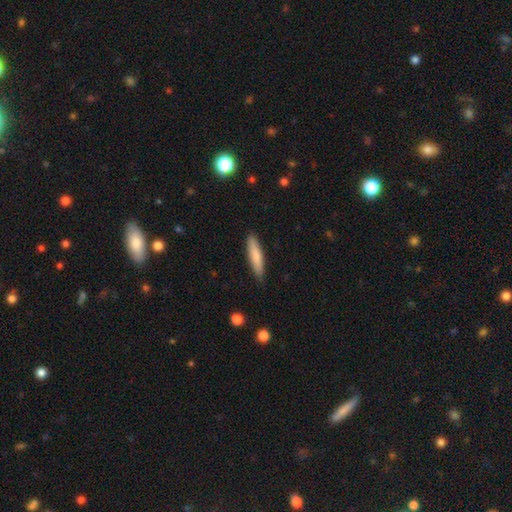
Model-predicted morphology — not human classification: Smooth or featured: smooth — 80% (featured or disk — 15%)
How rounded: cigar-shaped — 82% (in between — 17%)
Merging: none — 88% (minor disturbance — 9%)